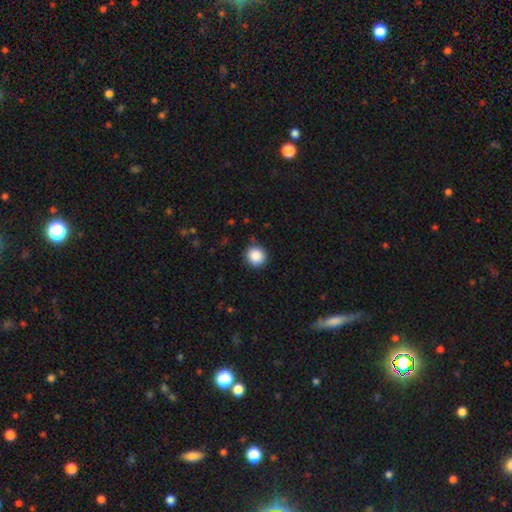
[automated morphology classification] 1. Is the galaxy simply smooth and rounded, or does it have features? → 88% smooth, 9% star or artifact, 3% featured or disk.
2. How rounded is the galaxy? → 91% round, 8% in between, 1% cigar-shaped.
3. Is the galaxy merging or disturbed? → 88% none, 8% minor disturbance, 2% major disturbance, 1% merger.